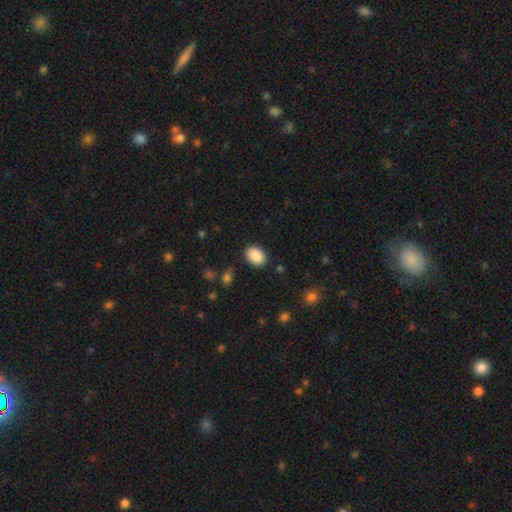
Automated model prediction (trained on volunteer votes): smooth_or_featured: smooth (p=0.89) [alt: star or artifact p=0.08]
how_rounded: in between (p=0.68) [alt: round p=0.32]
merging: none (p=0.86) [alt: minor disturbance p=0.10]